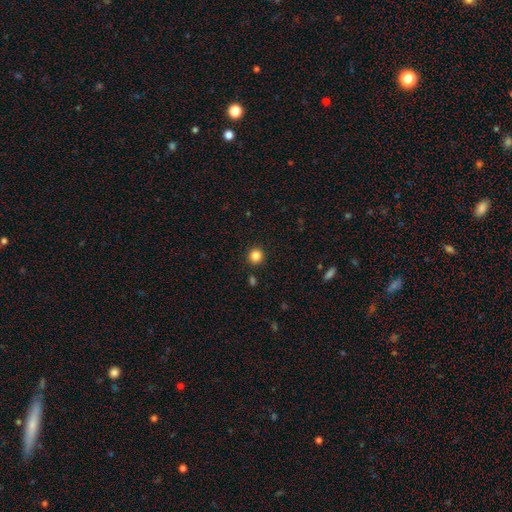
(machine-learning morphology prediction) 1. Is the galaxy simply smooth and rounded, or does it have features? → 85% smooth, 11% star or artifact, 4% featured or disk.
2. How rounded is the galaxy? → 93% round, 6% in between, 1% cigar-shaped.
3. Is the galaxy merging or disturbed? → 92% none, 5% minor disturbance, 2% major disturbance, 2% merger.